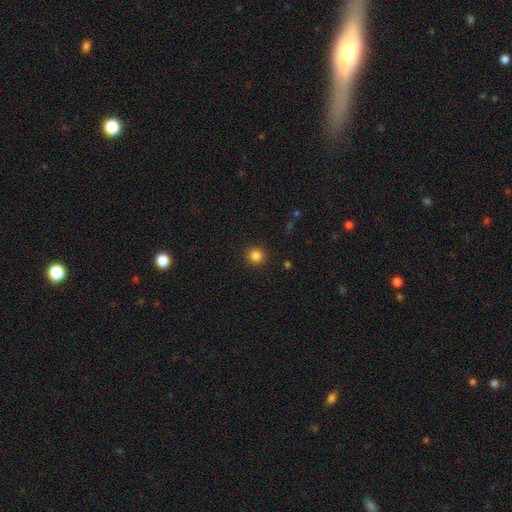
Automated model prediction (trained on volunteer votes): Q: Smooth or featured?
A: smooth (84%); runner-up: star or artifact (12%)
Q: How rounded?
A: round (93%); runner-up: in between (6%)
Q: Merging?
A: none (92%); runner-up: minor disturbance (5%)